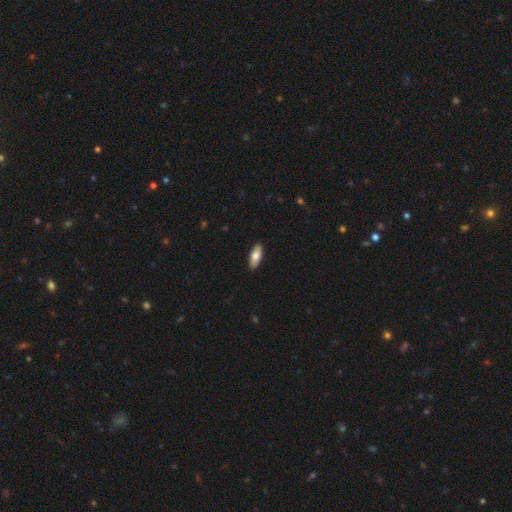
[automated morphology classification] Smooth or featured?
  - smooth: 72% *
  - featured or disk: 22%
  - star or artifact: 5%
How rounded?
  - in between: 78% *
  - cigar-shaped: 20%
  - round: 2%
Merging?
  - none: 90% *
  - minor disturbance: 8%
  - major disturbance: 1%
  - merger: 1%